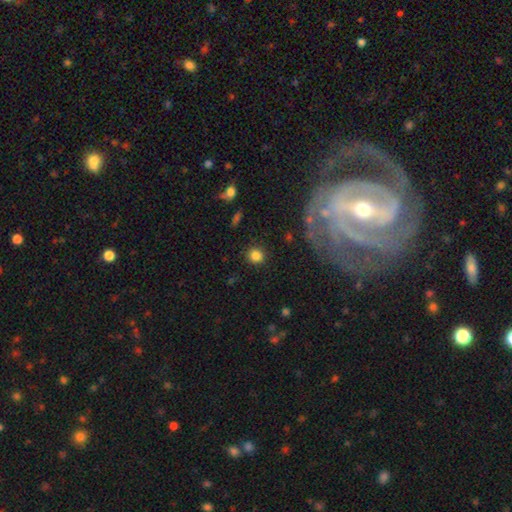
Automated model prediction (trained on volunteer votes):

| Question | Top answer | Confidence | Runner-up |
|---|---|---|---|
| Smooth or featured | smooth | 84% | star or artifact (11%) |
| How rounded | round | 91% | in between (8%) |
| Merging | none | 89% | minor disturbance (6%) |